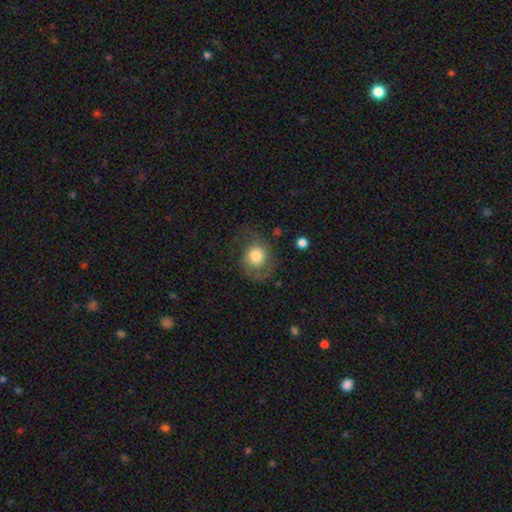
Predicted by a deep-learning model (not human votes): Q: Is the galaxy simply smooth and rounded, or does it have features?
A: smooth — 58%.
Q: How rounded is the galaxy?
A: round — 73%.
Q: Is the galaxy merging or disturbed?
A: none — 56%.